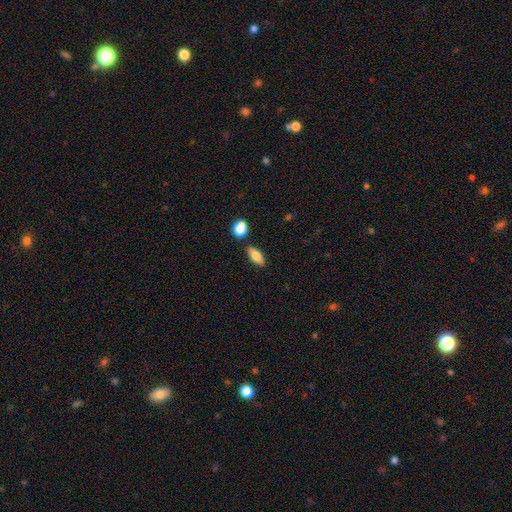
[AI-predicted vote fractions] Smooth or featured? smooth (79%)
How rounded? in between (78%)
Merging? none (81%)